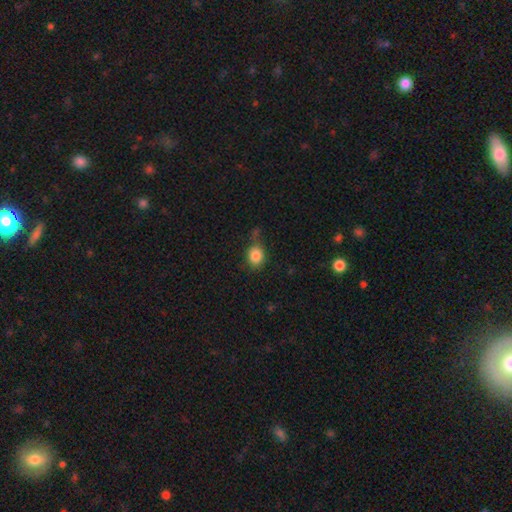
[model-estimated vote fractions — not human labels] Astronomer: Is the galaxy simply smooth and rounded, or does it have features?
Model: smooth — 85%.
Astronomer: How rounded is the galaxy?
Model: round — 67%.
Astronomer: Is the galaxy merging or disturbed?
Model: none — 63%.